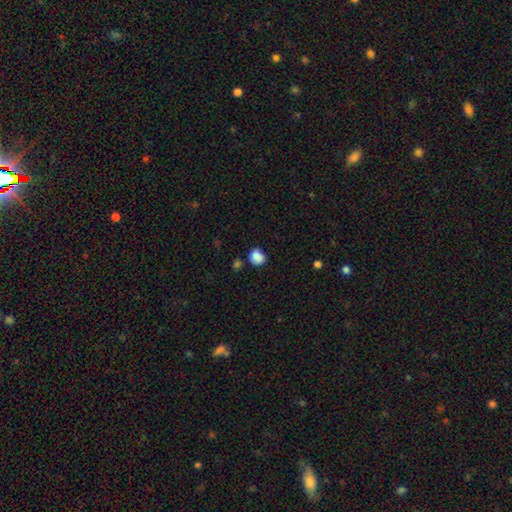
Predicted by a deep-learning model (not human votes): Overall: smooth (86%). How rounded: round (80%). Merging: none (72%).